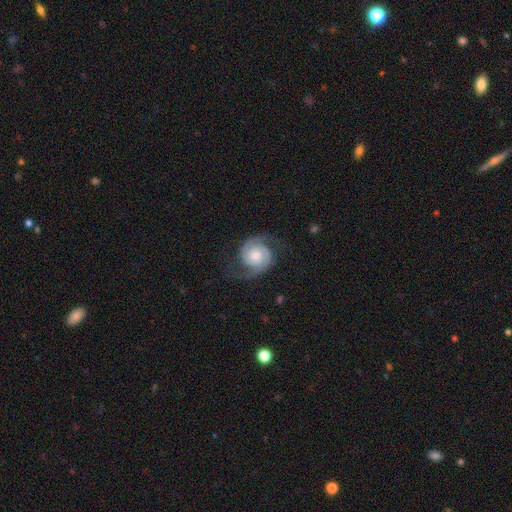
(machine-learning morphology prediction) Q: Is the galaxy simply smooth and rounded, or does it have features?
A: featured or disk — 89%.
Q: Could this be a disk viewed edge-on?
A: no — 98%.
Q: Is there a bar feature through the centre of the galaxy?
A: no — 73%.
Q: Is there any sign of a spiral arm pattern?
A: yes — 98%.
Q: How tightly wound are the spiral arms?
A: medium — 46%.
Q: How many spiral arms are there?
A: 2 — 93%.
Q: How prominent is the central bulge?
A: moderate — 57%.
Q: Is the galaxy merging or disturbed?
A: none — 75%.